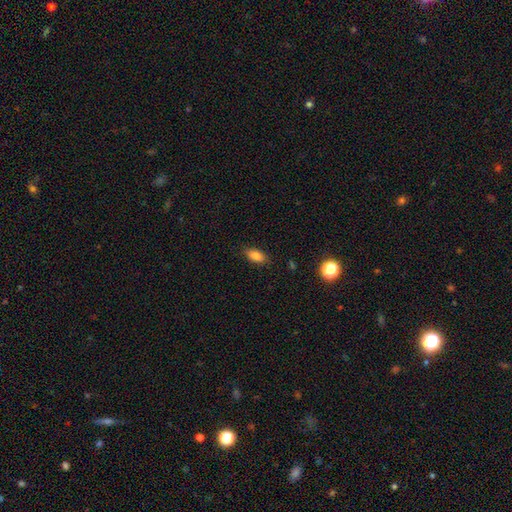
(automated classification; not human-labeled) Smooth or featured: smooth — 84% (star or artifact — 9%)
How rounded: in between — 88% (round — 6%)
Merging: none — 86% (minor disturbance — 11%)